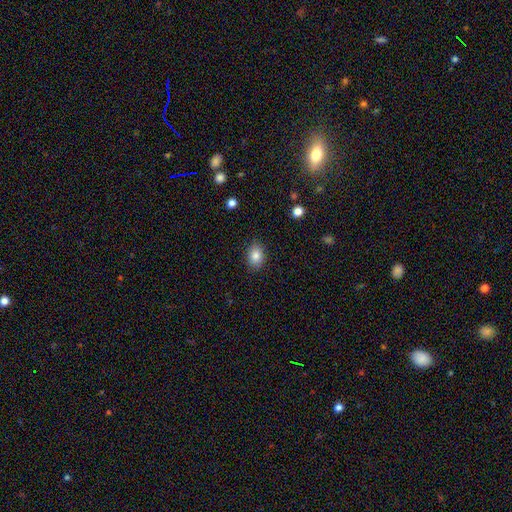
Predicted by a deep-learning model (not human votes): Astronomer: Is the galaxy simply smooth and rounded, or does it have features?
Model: smooth — 84%.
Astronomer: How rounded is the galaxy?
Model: in between — 75%.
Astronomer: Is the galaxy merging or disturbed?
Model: none — 86%.